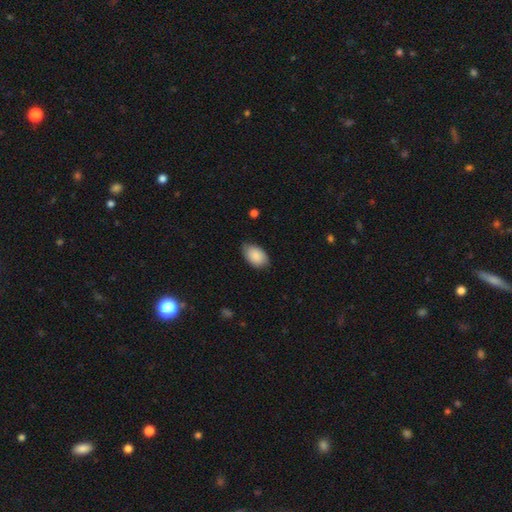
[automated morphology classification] This appears to be a smooth galaxy with no disk features (87%) that is in between round and cigar-shaped (91%). Merging: none (76%).